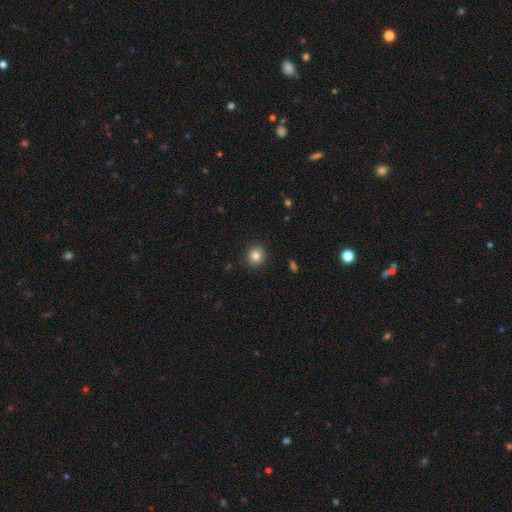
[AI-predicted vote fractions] Smooth or featured: smooth — 83% (star or artifact — 11%)
How rounded: round — 92% (in between — 8%)
Merging: none — 92% (minor disturbance — 6%)